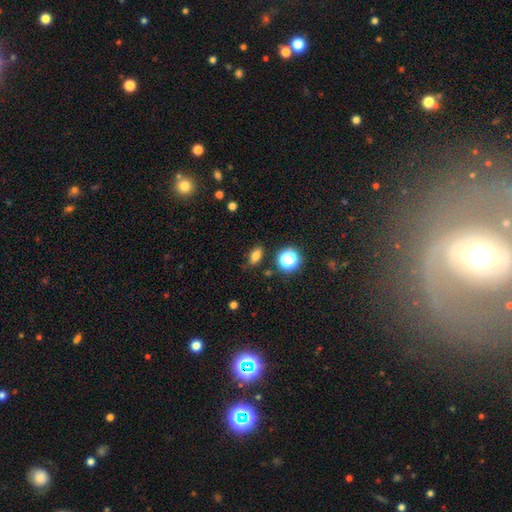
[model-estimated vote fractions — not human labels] Smooth or featured: smooth — 74% (star or artifact — 16%)
How rounded: in between — 78% (round — 15%)
Merging: none — 82% (minor disturbance — 13%)